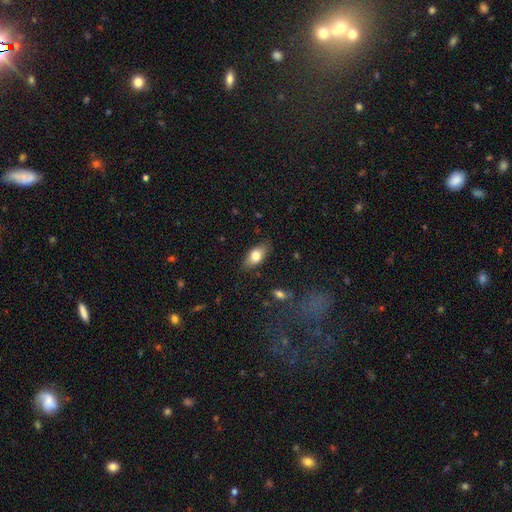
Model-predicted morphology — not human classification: Overall: smooth (76%). How rounded: in between (87%). Merging: none (83%).